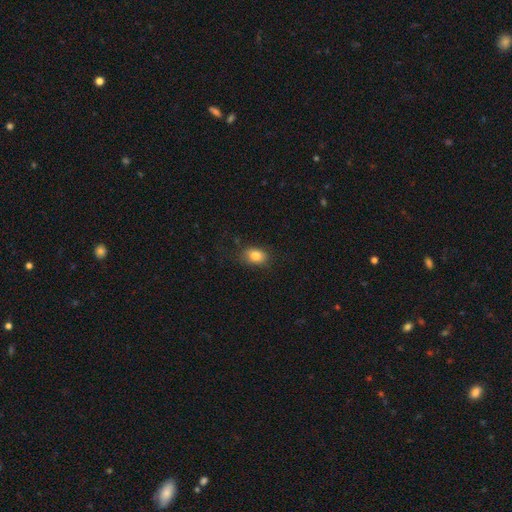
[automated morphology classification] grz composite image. It shows a smooth galaxy with no disk features (83%) that is in between round and cigar-shaped (74%). Merging: none (81%).